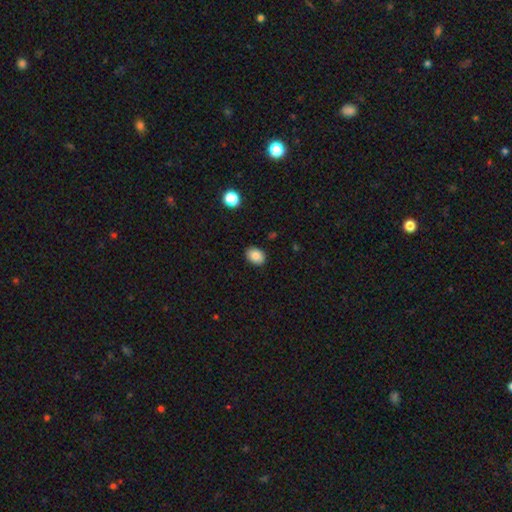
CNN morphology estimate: type=smooth (87%); roundness=in between (69%); merging=none (87%).